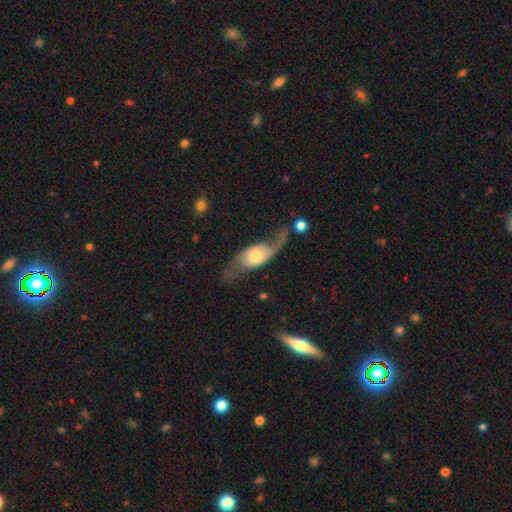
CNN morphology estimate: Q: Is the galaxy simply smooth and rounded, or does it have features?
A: featured or disk — 64%.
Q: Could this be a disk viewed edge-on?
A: no — 79%.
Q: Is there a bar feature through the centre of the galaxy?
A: no — 72%.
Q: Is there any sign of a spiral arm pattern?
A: yes — 79%.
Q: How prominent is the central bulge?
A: moderate — 49%.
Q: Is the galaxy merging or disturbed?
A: none — 40%.